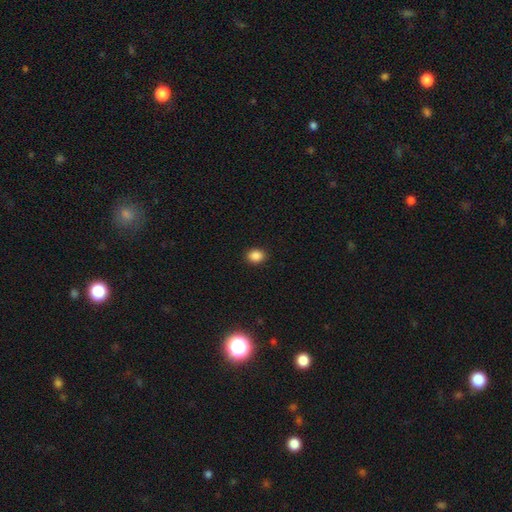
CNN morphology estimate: Smooth or featured? smooth (88%)
How rounded? round (51%)
Merging? none (91%)